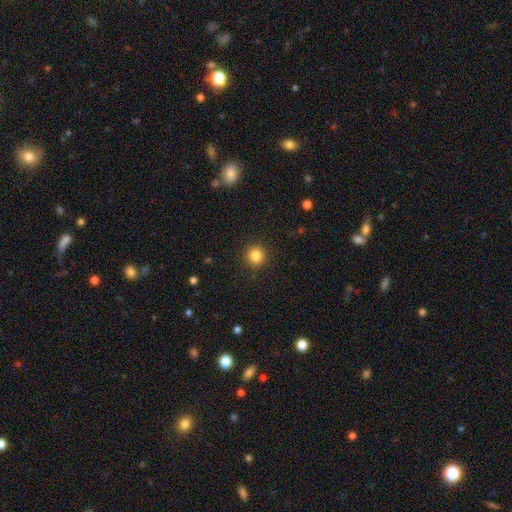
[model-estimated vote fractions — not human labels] Smooth or featured: smooth — 84% (star or artifact — 11%)
How rounded: round — 92% (in between — 7%)
Merging: none — 91% (minor disturbance — 6%)